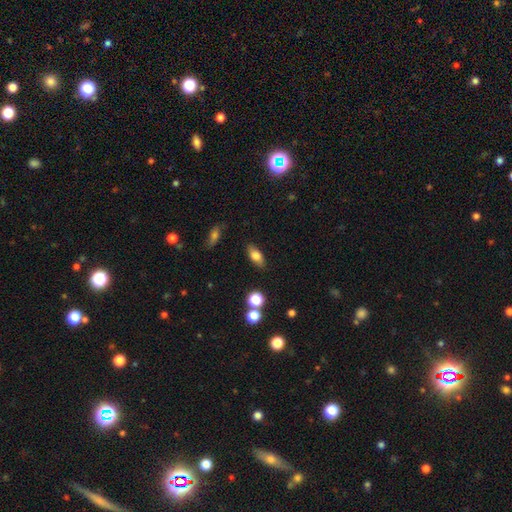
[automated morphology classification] A smooth galaxy with no disk features (73%) that is in between round and cigar-shaped (79%).

Vote fractions:
- Smooth or featured? smooth: 73% / featured or disk: 18% / star or artifact: 9%
- How rounded? in between: 79% / cigar-shaped: 14% / round: 7%
- Merging? none: 84% / minor disturbance: 11% / major disturbance: 3% / merger: 2%